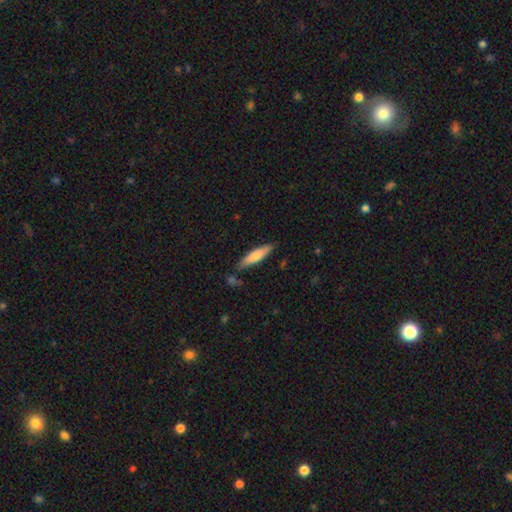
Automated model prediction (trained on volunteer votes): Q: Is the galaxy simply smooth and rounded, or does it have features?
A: smooth — 71%.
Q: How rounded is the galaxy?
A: cigar-shaped — 77%.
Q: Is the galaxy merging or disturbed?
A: none — 80%.